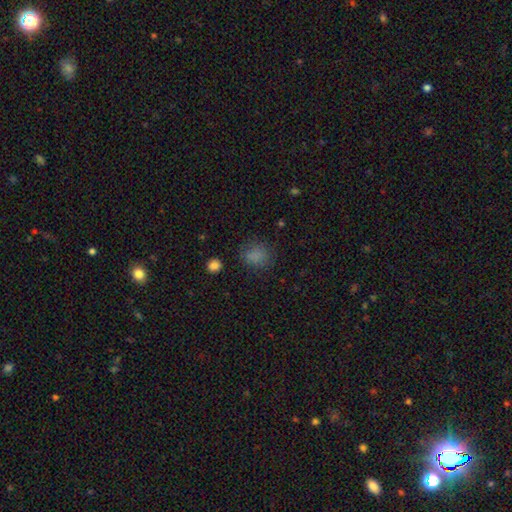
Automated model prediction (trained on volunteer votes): This is likely a smooth galaxy (78%). How rounded: likely round (70%). Merging: likely none (75%).